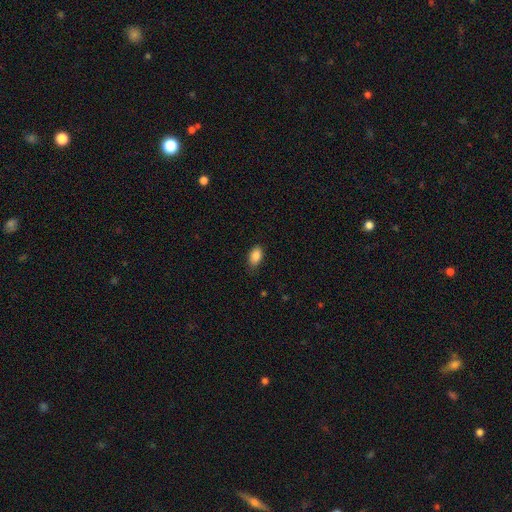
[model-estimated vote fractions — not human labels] Morphology: type=smooth (87%); roundness=in between (91%); merging=none (79%).